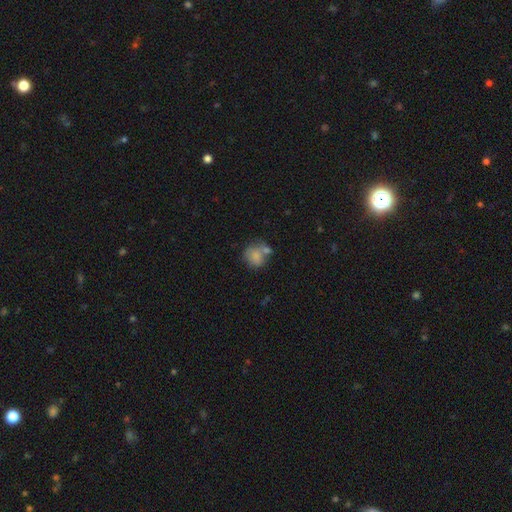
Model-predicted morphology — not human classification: This appears to be a smooth galaxy with no disk features (79%) that is round (73%). Merging: none (41%).